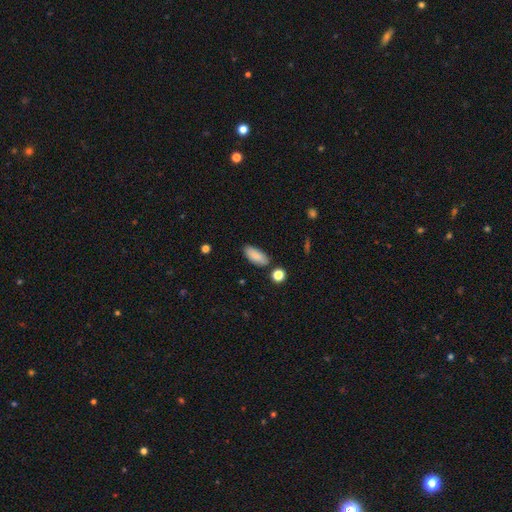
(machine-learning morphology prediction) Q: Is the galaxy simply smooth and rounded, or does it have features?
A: smooth — 87%.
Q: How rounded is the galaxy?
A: in between — 85%.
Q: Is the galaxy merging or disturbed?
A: none — 79%.